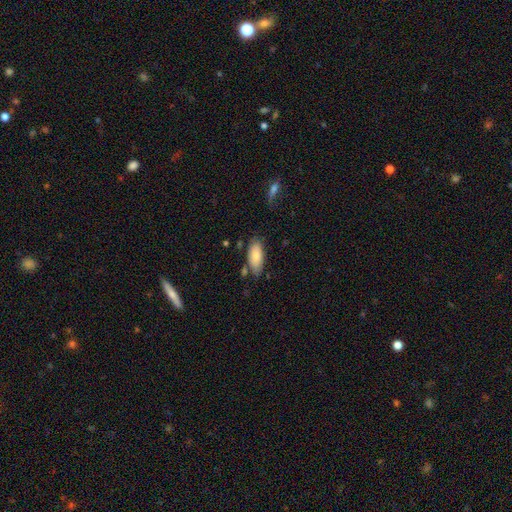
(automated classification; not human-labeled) Smooth or featured: smooth — 82% (featured or disk — 12%)
How rounded: in between — 85% (cigar-shaped — 13%)
Merging: none — 70% (minor disturbance — 20%)